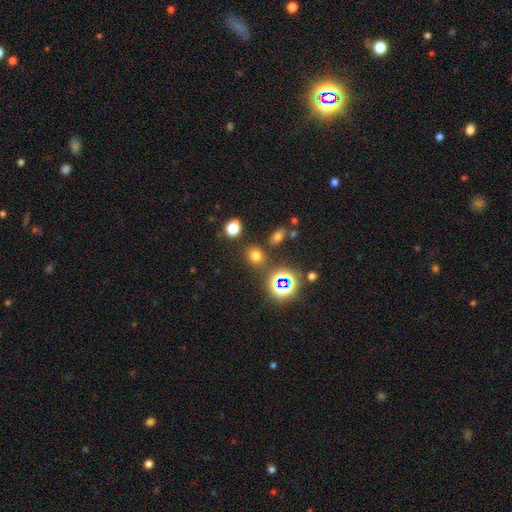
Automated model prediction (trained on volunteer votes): Smooth or featured?
  - smooth: 66% *
  - star or artifact: 27%
  - featured or disk: 7%
How rounded?
  - round: 64% *
  - in between: 34%
  - cigar-shaped: 1%
Merging?
  - none: 81% *
  - minor disturbance: 9%
  - merger: 6%
  - major disturbance: 4%